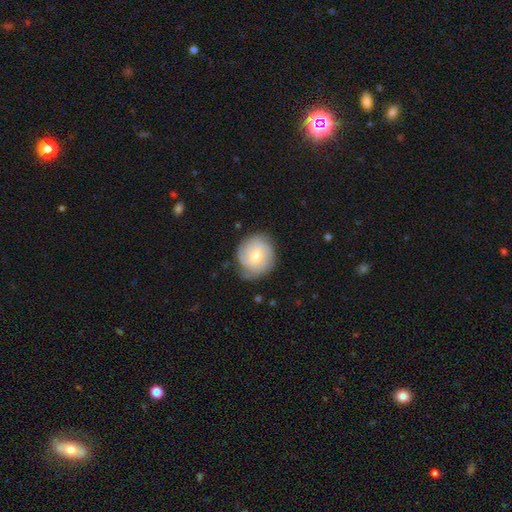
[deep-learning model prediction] A featured or disk galaxy (70%) with no bar (69%), tight (69%) spiral arms (94%) and a moderate central bulge (57%).

Vote fractions:
- Smooth or featured? featured or disk: 70% / smooth: 24% / star or artifact: 6%
- Edge-on disk? no: 98% / yes: 2%
- Bar? no: 69% / weak: 28% / strong: 4%
- Spiral arms? yes: 94% / no: 6%
- Spiral winding? tight: 69% / medium: 25% / loose: 6%
- Spiral arm count? can't tell: 31% / 3: 29% / 2: 16% / 4: 12% / 1: 6% / more than 4: 6%
- Bulge size? moderate: 57% / small: 38% / large: 2% / none: 1% / dominant: 1%
- Merging? none: 75% / minor disturbance: 18% / major disturbance: 5% / merger: 1%